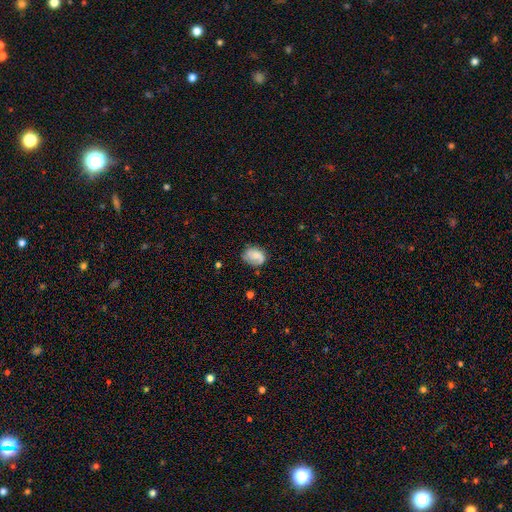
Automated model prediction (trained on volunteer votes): Smooth or featured? smooth (62%)
How rounded? in between (60%)
Merging? none (58%)